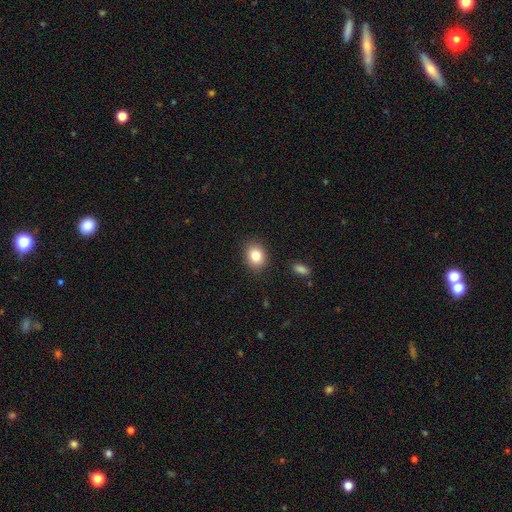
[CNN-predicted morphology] A smooth galaxy with no disk features (83%) that is round (51%).

Vote fractions:
- Smooth or featured? smooth: 83% / star or artifact: 10% / featured or disk: 7%
- How rounded? round: 51% / in between: 48% / cigar-shaped: 1%
- Merging? none: 88% / minor disturbance: 8% / major disturbance: 2% / merger: 1%